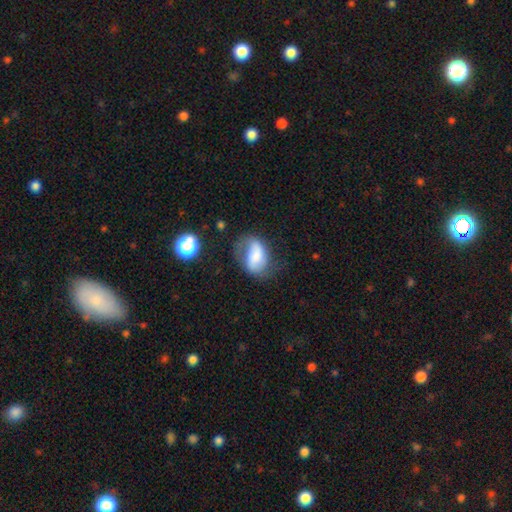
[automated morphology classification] This appears to be a smooth galaxy with no disk features (53%) that is in between round and cigar-shaped (85%). Merging: none (41%).